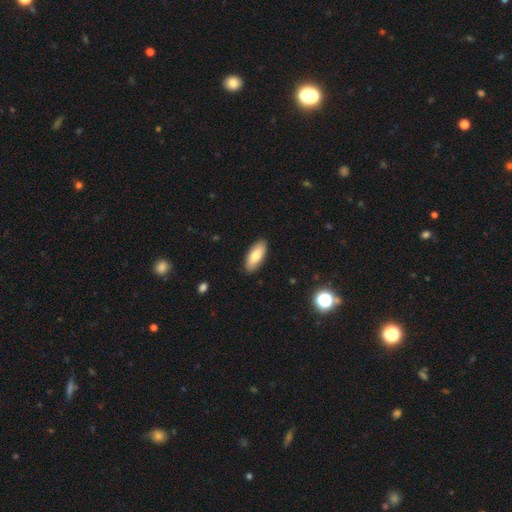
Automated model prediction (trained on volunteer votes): smooth_or_featured: smooth (p=0.77) [alt: featured or disk p=0.17]
how_rounded: in between (p=0.83) [alt: cigar-shaped p=0.15]
merging: none (p=0.89) [alt: minor disturbance p=0.08]